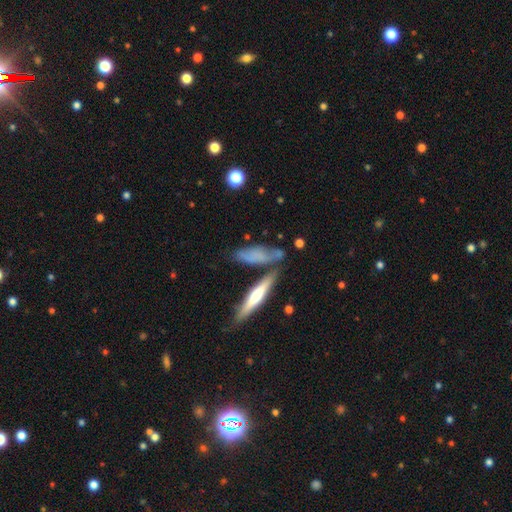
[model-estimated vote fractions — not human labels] A smooth galaxy with no disk features (52%) that is cigar-shaped (61%). Merging: none (58%).